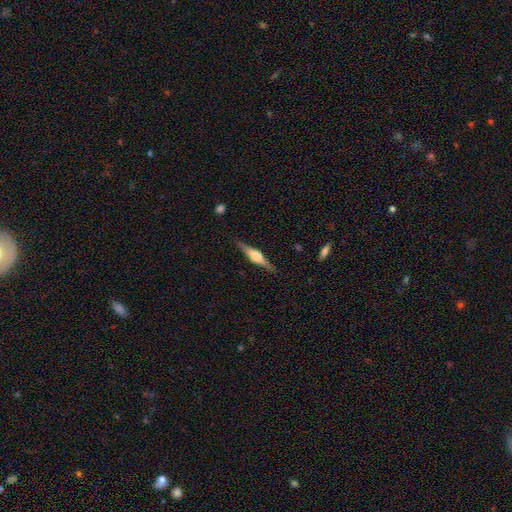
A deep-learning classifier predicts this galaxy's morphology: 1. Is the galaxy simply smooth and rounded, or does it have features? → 73% featured or disk, 21% smooth, 6% star or artifact.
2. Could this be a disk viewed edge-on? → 97% yes, 3% no.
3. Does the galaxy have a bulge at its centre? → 84% rounded, 13% boxy, 3% none.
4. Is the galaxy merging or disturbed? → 88% none, 9% minor disturbance, 2% major disturbance, 1% merger.